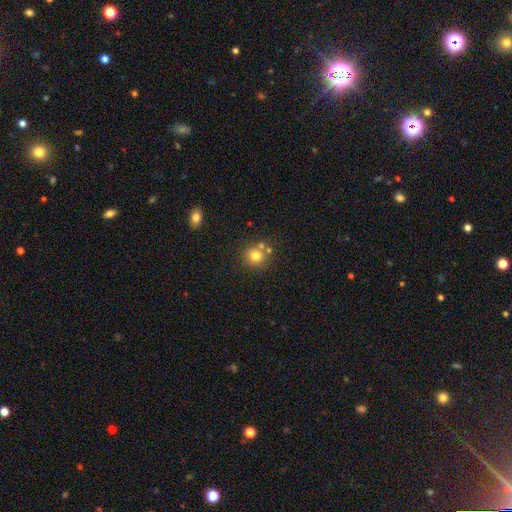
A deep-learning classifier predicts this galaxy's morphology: smooth-or-featured: smooth: 78% | star or artifact: 13% | featured or disk: 9%
  how-rounded: round: 88% | in between: 11% | cigar-shaped: 1%
  merging: none: 69% | merger: 18% | minor disturbance: 10% | major disturbance: 3%